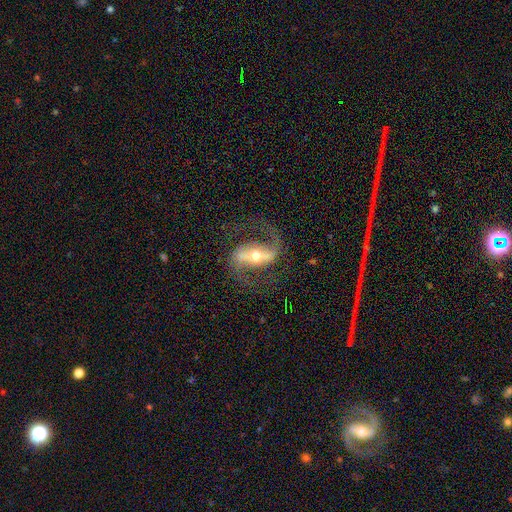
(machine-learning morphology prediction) Overall: featured or disk (90%). Edge-on disk: no (95%). Bar: strong (64%; weak 26%). Spiral arms: yes (96%). Spiral arm count: 2 (92%). Spiral winding: medium (49%; loose 42%). Bulge size: moderate (63%; small 27%). Merging: none (77%).